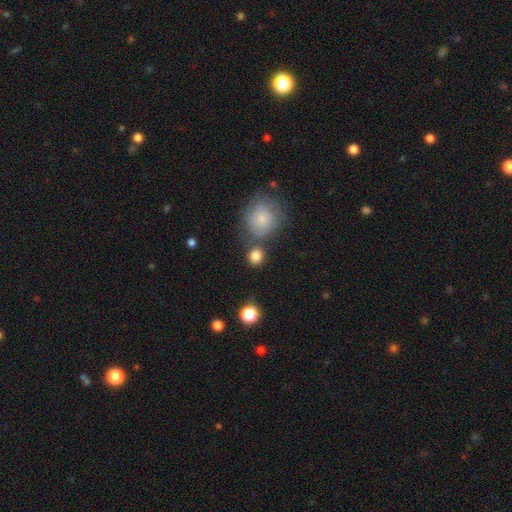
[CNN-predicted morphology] Smooth or featured? Predicted: smooth (p=0.83). How rounded? Predicted: round (p=0.85). Merging? Predicted: none (p=0.71).